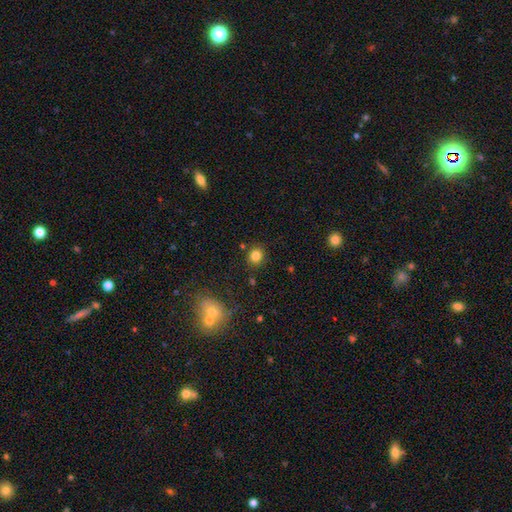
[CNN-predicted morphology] smooth 82%, star or artifact 12%, featured or disk 6%. Down the decision tree: how rounded — round (78%); merging — none (84%).